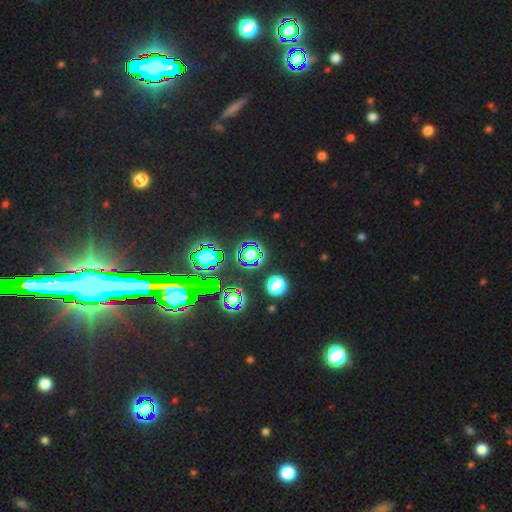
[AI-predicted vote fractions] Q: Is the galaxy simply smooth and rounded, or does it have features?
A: star or artifact — 67%.